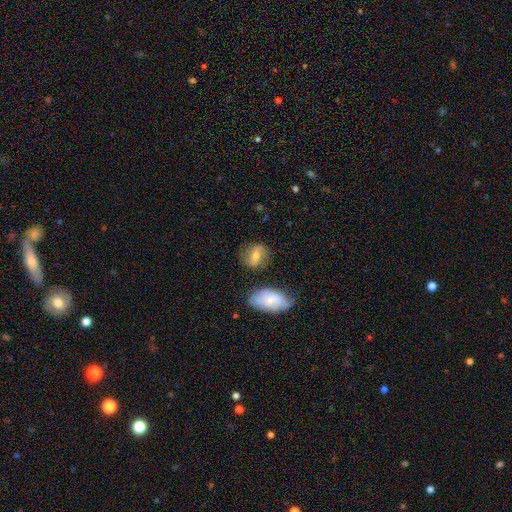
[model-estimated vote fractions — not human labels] smooth 52%, featured or disk 37%, star or artifact 10%. Down the decision tree: how rounded — in between (58%); merging — none (72%).